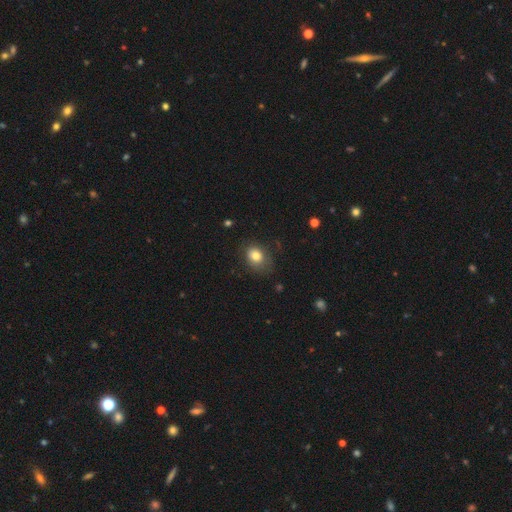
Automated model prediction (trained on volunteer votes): Overall: smooth (80%). How rounded: in between (53%; round 46%). Merging: none (69%).